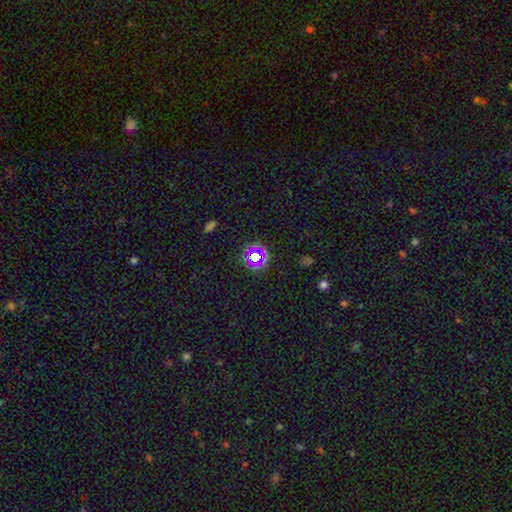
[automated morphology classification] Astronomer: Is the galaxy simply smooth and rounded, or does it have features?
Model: star or artifact — 65%.